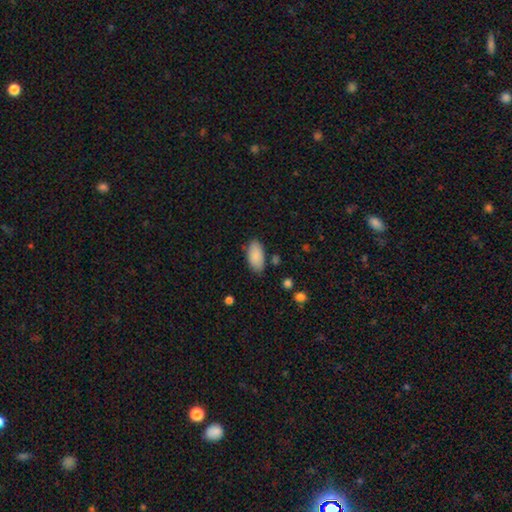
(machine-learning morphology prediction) smooth-or-featured: smooth: 88% | star or artifact: 6% | featured or disk: 5%
  how-rounded: in between: 94% | cigar-shaped: 4% | round: 2%
  merging: none: 80% | minor disturbance: 14% | major disturbance: 3% | merger: 3%